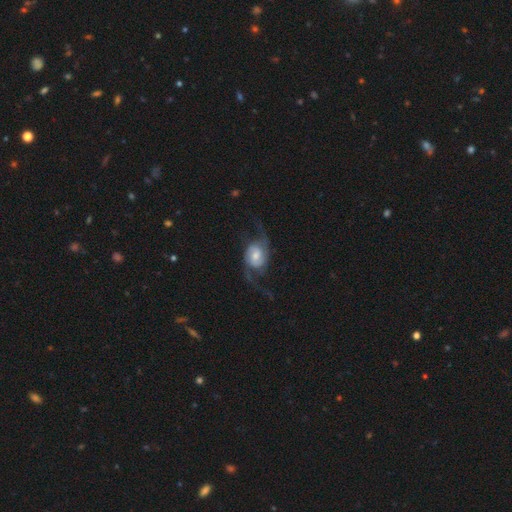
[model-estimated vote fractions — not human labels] A featured or disk galaxy (81%) with a weak bar (44%), 2 (91%) loose (66%) spiral arms (95%) and a moderate central bulge (50%). Merging: none (61%).